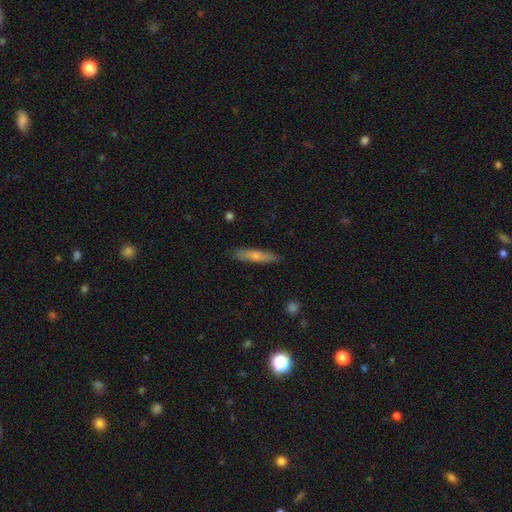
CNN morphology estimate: A smooth galaxy with no disk features (67%) that is cigar-shaped (86%). Merging: none (87%).